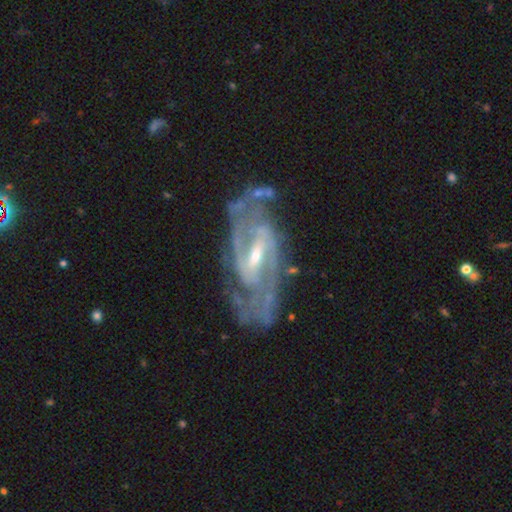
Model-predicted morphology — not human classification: smooth-or-featured: featured or disk: 92% | star or artifact: 5% | smooth: 4%
  disk-edge-on: no: 96% | yes: 4%
    bar: strong: 45% | weak: 43% | no: 12%
    has-spiral-arms: yes: 98% | no: 2%
      spiral-winding: medium: 49% | tight: 38% | loose: 13%
      spiral-arm-count: 2: 78% | can't tell: 8% | 3: 7% | 4: 3% | 1: 2% | more than 4: 2%
    bulge-size: small: 56% | moderate: 40% | large: 2% | none: 2% | dominant: 1%
  merging: none: 67% | minor disturbance: 20% | major disturbance: 10% | merger: 3%